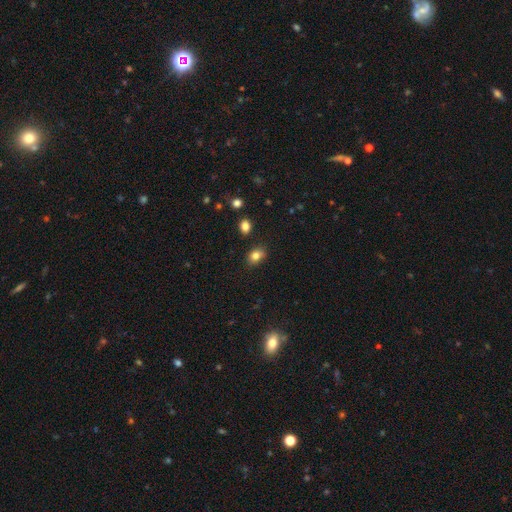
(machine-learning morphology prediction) Smooth or featured? smooth (81%)
How rounded? in between (66%)
Merging? none (77%)